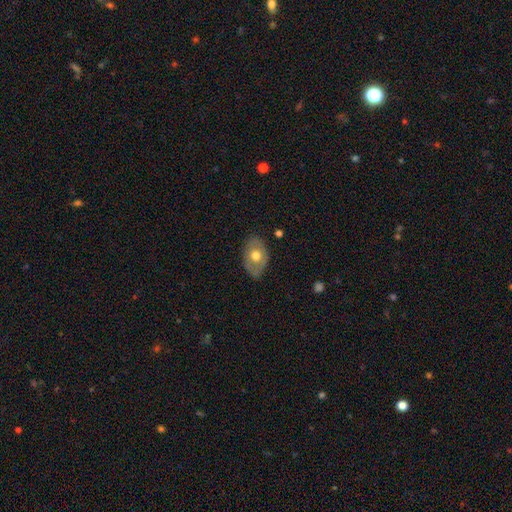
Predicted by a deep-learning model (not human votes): smooth_or_featured: smooth (p=0.56) [alt: featured or disk p=0.37]
how_rounded: in between (p=0.81) [alt: round p=0.18]
merging: none (p=0.74) [alt: minor disturbance p=0.20]